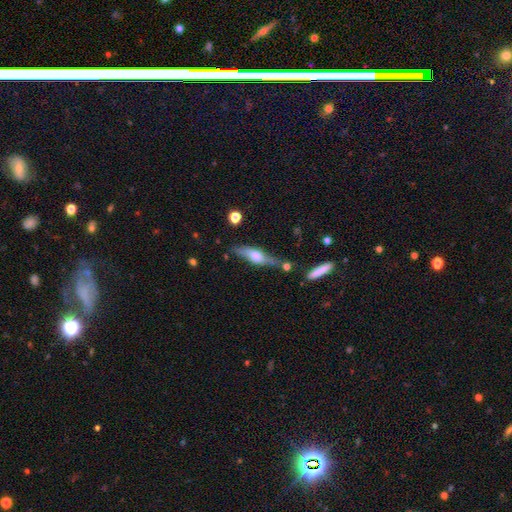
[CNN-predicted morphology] Smooth or featured: featured or disk — 59% (smooth — 34%)
Edge-on disk: yes — 89% (no — 11%)
Edge-on bulge: rounded — 86% (boxy — 11%)
Merging: none — 64% (minor disturbance — 21%)